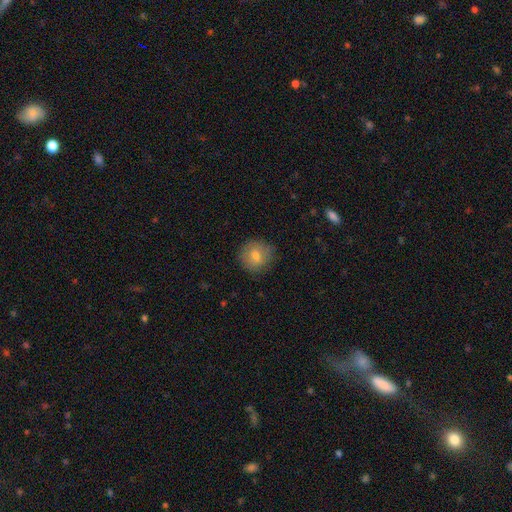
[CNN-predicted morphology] Smooth or featured?
  - smooth: 73% *
  - featured or disk: 17%
  - star or artifact: 10%
How rounded?
  - round: 90% *
  - in between: 9%
  - cigar-shaped: 1%
Merging?
  - none: 83% *
  - minor disturbance: 13%
  - major disturbance: 3%
  - merger: 1%